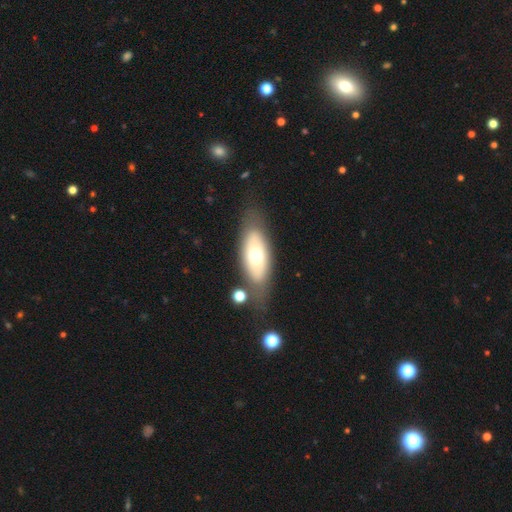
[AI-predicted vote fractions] smooth_or_featured: smooth (p=0.56) [alt: featured or disk p=0.38]
how_rounded: in between (p=0.82) [alt: cigar-shaped p=0.14]
merging: none (p=0.71) [alt: minor disturbance p=0.16]